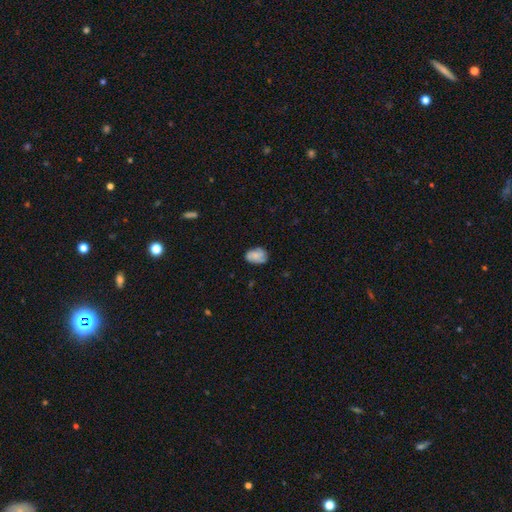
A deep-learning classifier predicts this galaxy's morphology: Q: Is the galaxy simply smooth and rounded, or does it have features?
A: smooth — 68%.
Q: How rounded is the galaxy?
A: in between — 79%.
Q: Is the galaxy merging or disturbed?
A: none — 65%.